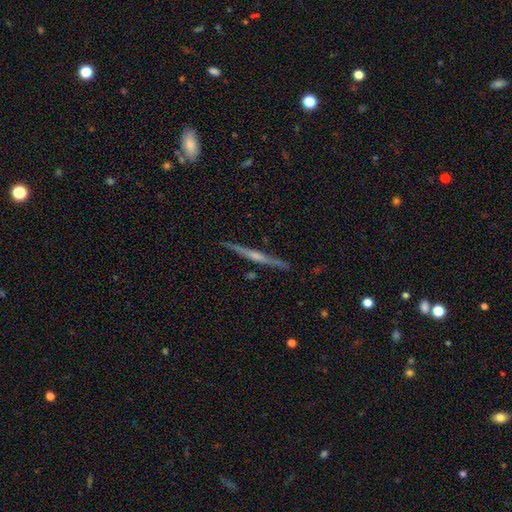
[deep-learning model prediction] featured or disk 77%, smooth 17%, star or artifact 6%. Down the decision tree: edge-on disk — yes (98%); edge-on bulge — rounded (63%); merging — none (91%).